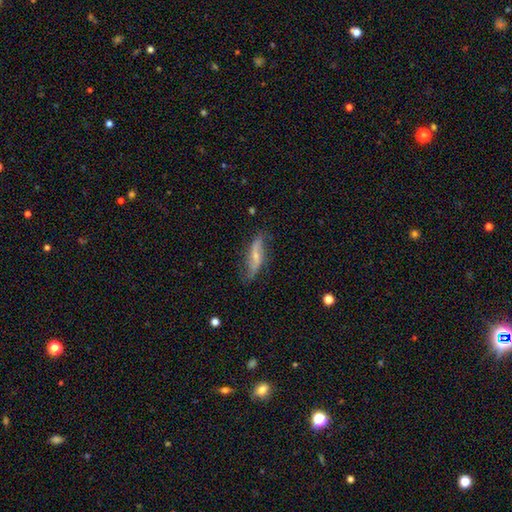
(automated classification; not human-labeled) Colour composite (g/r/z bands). It shows a featured or disk galaxy (70%) with no bar (41%), 2 (89%) loose (81%) spiral arms (90%) and a small central bulge (62%). Merging: none (70%).